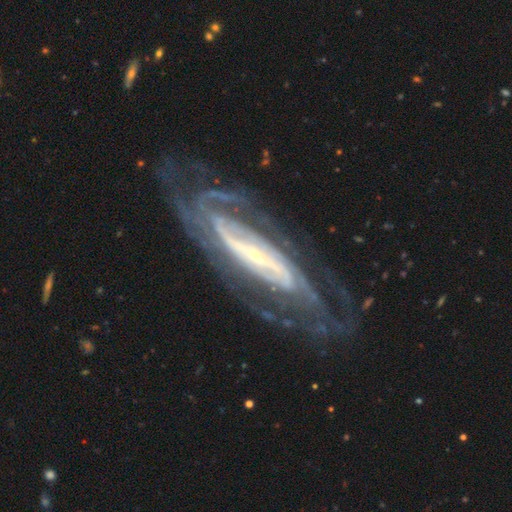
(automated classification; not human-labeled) Smooth or featured: featured or disk — 89% (star or artifact — 6%)
Edge-on disk: no — 84% (yes — 16%)
Bar: strong — 50% (no — 26%)
Spiral arms: yes — 96% (no — 4%)
Spiral winding: tight — 58% (medium — 32%)
Spiral arm count: can't tell — 29% (2 — 24%)
Bulge size: small — 78% (moderate — 14%)
Merging: none — 73% (minor disturbance — 15%)